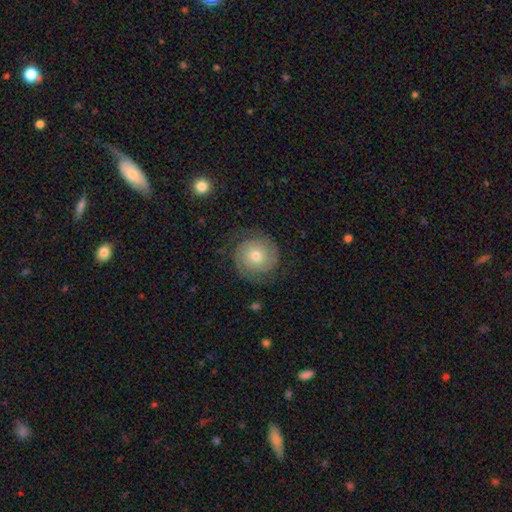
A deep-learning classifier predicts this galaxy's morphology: smooth_or_featured: featured or disk (p=0.77) [alt: smooth p=0.16]
disk_edge_on: no (p=0.98) [alt: yes p=0.02]
bar: no (p=0.80) [alt: weak p=0.16]
has_spiral_arms: yes (p=0.95) [alt: no p=0.05]
spiral_winding: tight (p=0.66) [alt: medium p=0.26]
spiral_arm_count: 2 (p=0.88) [alt: can't tell p=0.05]
bulge_size: moderate (p=0.61) [alt: small p=0.33]
merging: none (p=0.81) [alt: minor disturbance p=0.12]